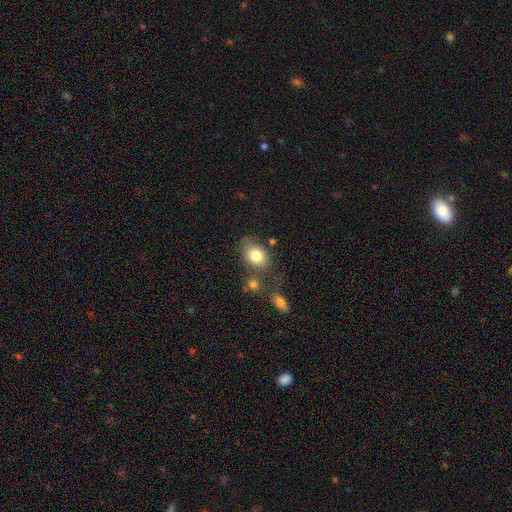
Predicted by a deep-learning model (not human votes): Smooth or featured?
  - smooth: 80% *
  - featured or disk: 11%
  - star or artifact: 9%
How rounded?
  - in between: 71% *
  - round: 28%
  - cigar-shaped: 1%
Merging?
  - none: 61% *
  - minor disturbance: 18%
  - merger: 15%
  - major disturbance: 7%